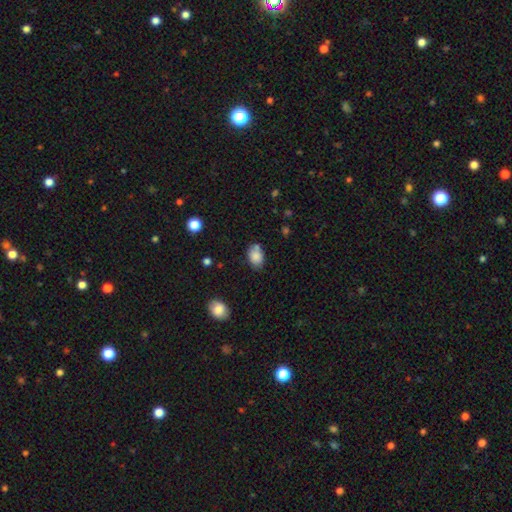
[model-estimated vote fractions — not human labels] Overall: smooth (84%). How rounded: in between (78%). Merging: none (64%).